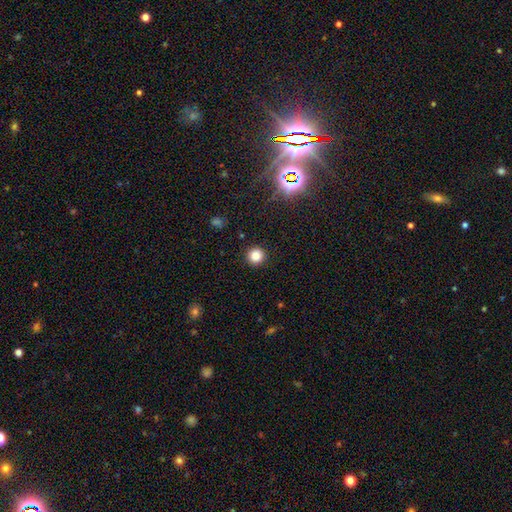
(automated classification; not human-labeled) Smooth or featured? Predicted: smooth (p=0.83). How rounded? Predicted: round (p=0.95). Merging? Predicted: none (p=0.92).